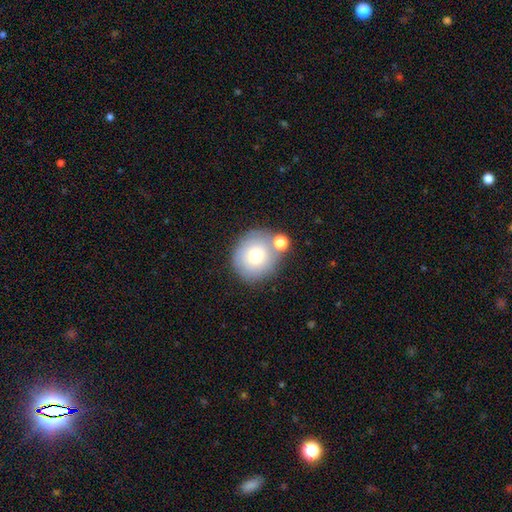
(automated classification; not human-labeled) Smooth or featured?
  - smooth: 72% *
  - featured or disk: 18%
  - star or artifact: 10%
How rounded?
  - round: 85% *
  - in between: 14%
  - cigar-shaped: 1%
Merging?
  - none: 69% *
  - merger: 15%
  - minor disturbance: 13%
  - major disturbance: 4%